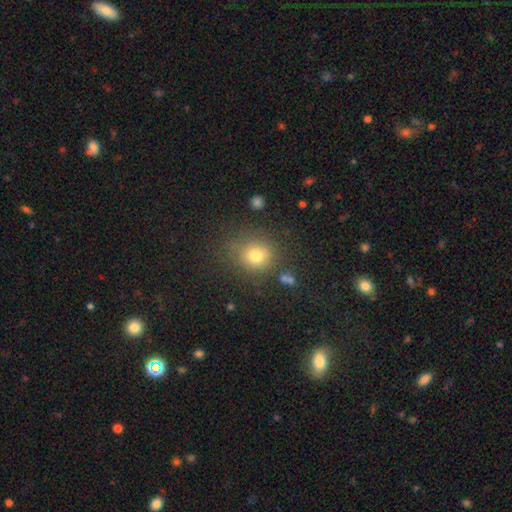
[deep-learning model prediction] smooth_or_featured: smooth (p=0.76) [alt: star or artifact p=0.16]
how_rounded: round (p=0.84) [alt: in between p=0.15]
merging: none (p=0.76) [alt: minor disturbance p=0.14]